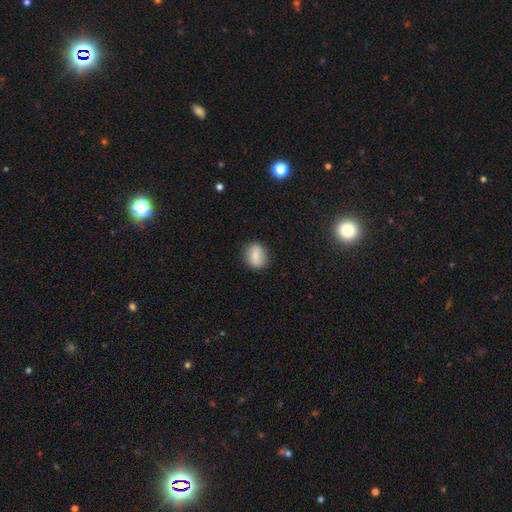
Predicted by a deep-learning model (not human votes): Morphology: type=smooth (81%); roundness=round (50%); merging=none (85%).